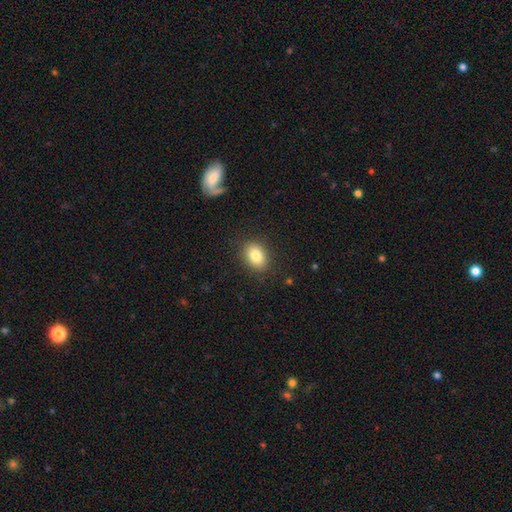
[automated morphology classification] Smooth or featured? Predicted: smooth (p=0.83). How rounded? Predicted: in between (p=0.69). Merging? Predicted: none (p=0.87).